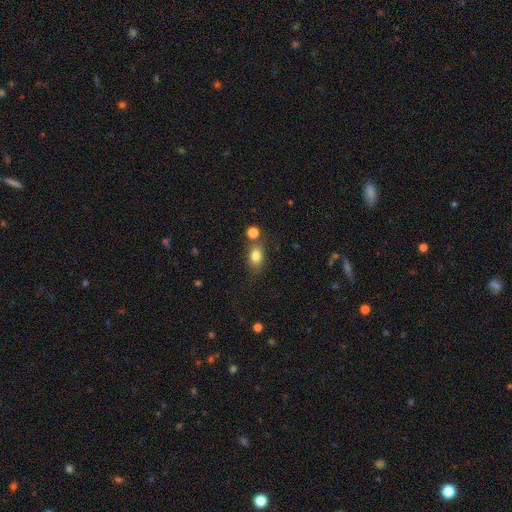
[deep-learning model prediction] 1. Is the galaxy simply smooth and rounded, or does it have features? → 80% smooth, 11% star or artifact, 9% featured or disk.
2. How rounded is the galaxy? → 72% in between, 25% round, 2% cigar-shaped.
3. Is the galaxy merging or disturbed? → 68% none, 15% minor disturbance, 13% merger, 4% major disturbance.